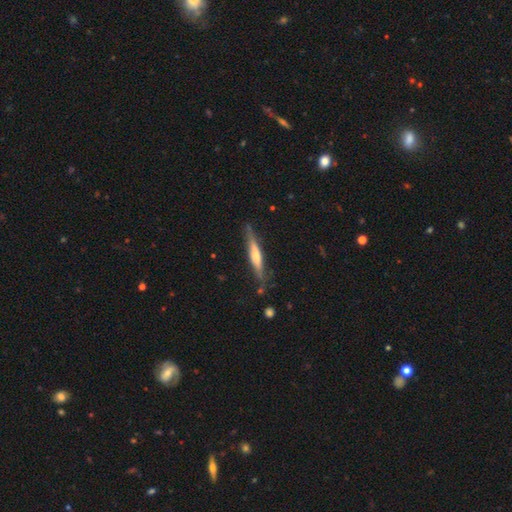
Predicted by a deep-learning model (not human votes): This is possibly a featured or disk galaxy (54%). It is clearly viewed edge-on (94%). Edge-on bulge: likely rounded (62%). Merging: likely none (80%).